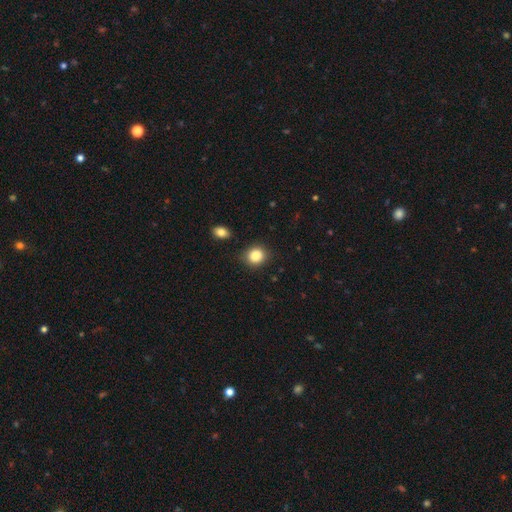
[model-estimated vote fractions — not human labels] Smooth or featured?
  - smooth: 86% *
  - star or artifact: 9%
  - featured or disk: 4%
How rounded?
  - round: 78% *
  - in between: 21%
  - cigar-shaped: 1%
Merging?
  - none: 84% *
  - minor disturbance: 11%
  - major disturbance: 3%
  - merger: 3%